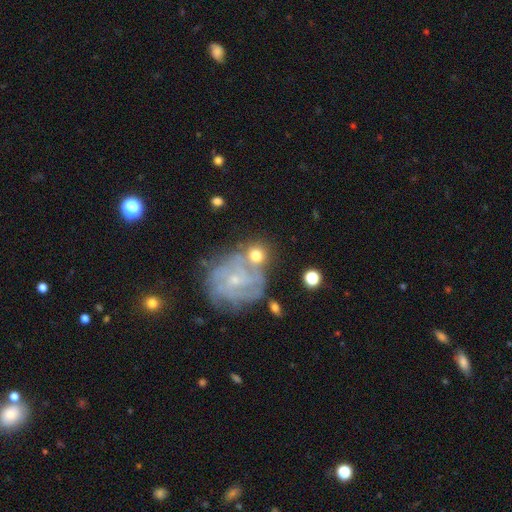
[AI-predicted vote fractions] The model was most divided on "smooth or featured": featured or disk: 51%, smooth: 38%, star or artifact: 11%. More confident: edge-on disk — no (96%); merging — none (52%).